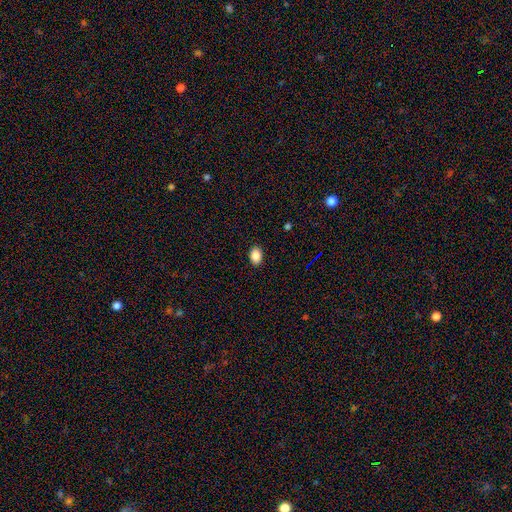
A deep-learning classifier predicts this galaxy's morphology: A smooth galaxy with no disk features (88%) that is in between round and cigar-shaped (79%).

Vote fractions:
- Smooth or featured? smooth: 88% / star or artifact: 9% / featured or disk: 4%
- How rounded? in between: 79% / round: 20% / cigar-shaped: 1%
- Merging? none: 90% / minor disturbance: 8% / major disturbance: 2% / merger: 1%